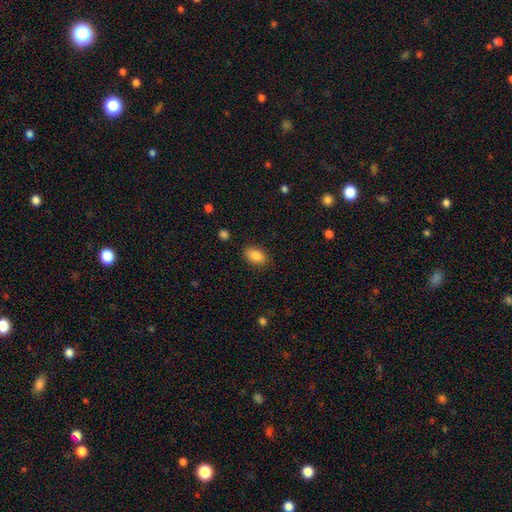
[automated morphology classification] A smooth galaxy with no disk features (87%) that is in between round and cigar-shaped (90%). Merging: none (85%).